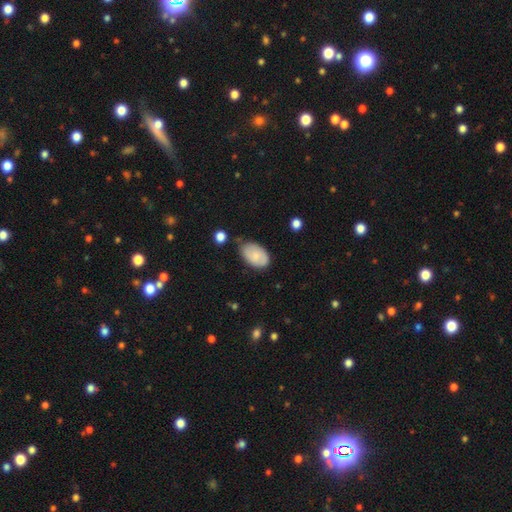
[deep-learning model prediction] Smooth or featured? Predicted: smooth (p=0.76). How rounded? Predicted: in between (p=0.93). Merging? Predicted: none (p=0.66).